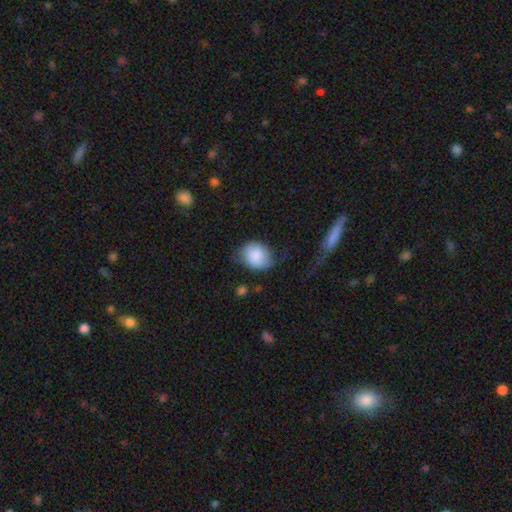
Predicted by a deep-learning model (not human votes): Q: Smooth or featured?
A: smooth (82%); runner-up: featured or disk (10%)
Q: How rounded?
A: round (58%); runner-up: in between (41%)
Q: Merging?
A: none (53%); runner-up: minor disturbance (31%)